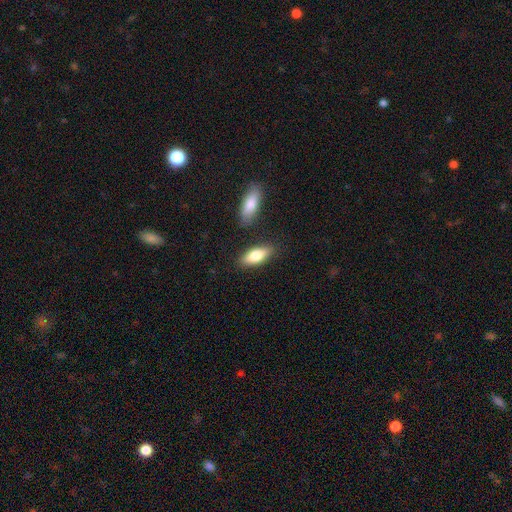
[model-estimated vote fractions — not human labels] A smooth galaxy with no disk features (75%) that is in between round and cigar-shaped (75%). Merging: none (82%).